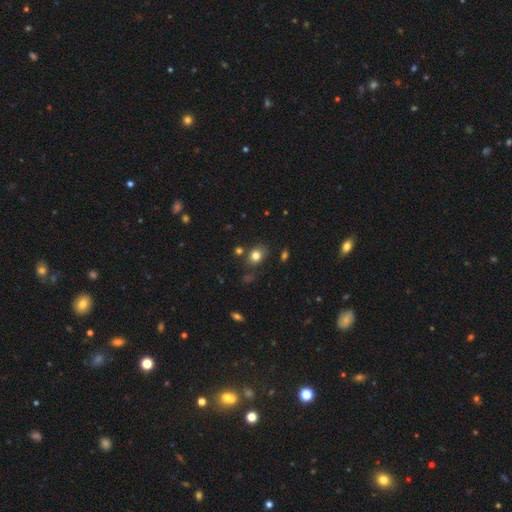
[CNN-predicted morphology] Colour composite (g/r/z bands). It shows a smooth galaxy with no disk features (80%) that is in between round and cigar-shaped (50%). Merging: none (77%).